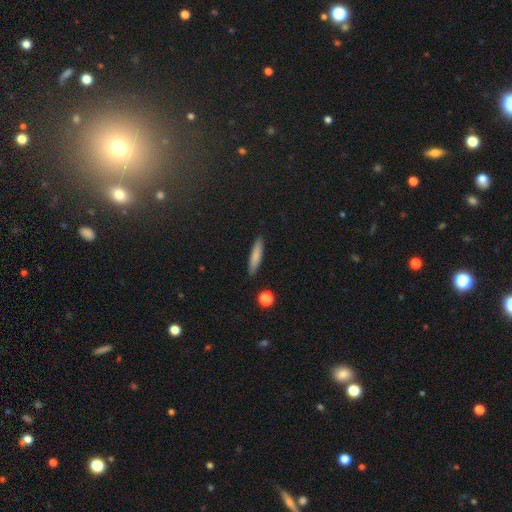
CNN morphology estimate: Q: Smooth or featured?
A: smooth (79%); runner-up: featured or disk (13%)
Q: How rounded?
A: cigar-shaped (85%); runner-up: in between (14%)
Q: Merging?
A: none (89%); runner-up: minor disturbance (8%)